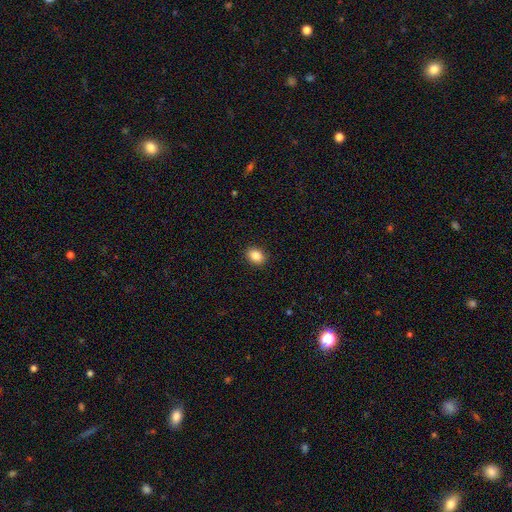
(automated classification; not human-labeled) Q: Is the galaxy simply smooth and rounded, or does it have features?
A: smooth — 86%.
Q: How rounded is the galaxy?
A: in between — 58%.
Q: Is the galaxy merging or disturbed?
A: none — 90%.